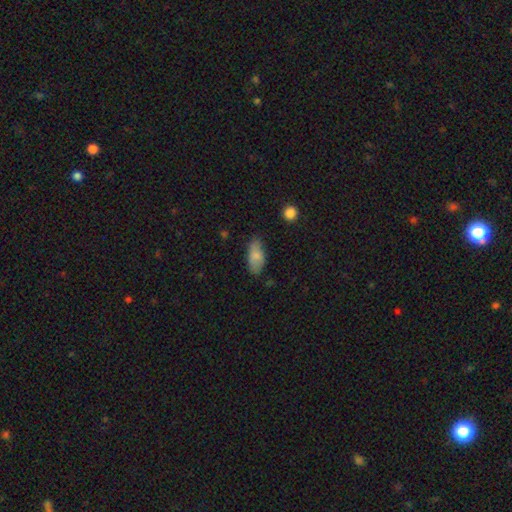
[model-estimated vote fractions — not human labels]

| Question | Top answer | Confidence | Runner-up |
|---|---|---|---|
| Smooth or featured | smooth | 80% | featured or disk (13%) |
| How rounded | in between | 89% | cigar-shaped (8%) |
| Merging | none | 71% | minor disturbance (23%) |